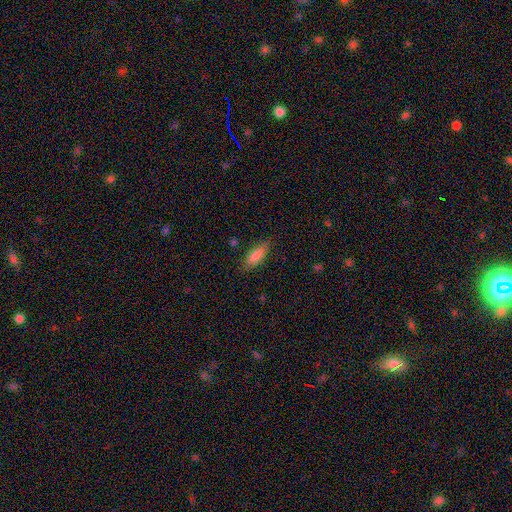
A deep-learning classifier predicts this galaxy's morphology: smooth 84%, featured or disk 9%, star or artifact 7%. Down the decision tree: how rounded — in between (69%); merging — none (78%).